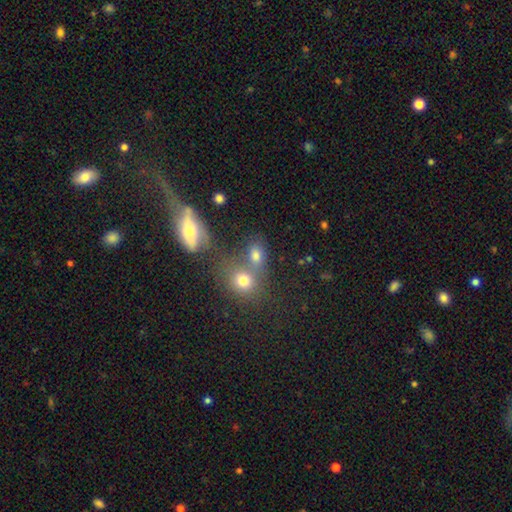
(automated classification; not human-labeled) Smooth or featured?
  - smooth: 71% *
  - star or artifact: 16%
  - featured or disk: 12%
How rounded?
  - in between: 49% *
  - round: 48%
  - cigar-shaped: 3%
Merging?
  - none: 47% *
  - merger: 36%
  - minor disturbance: 11%
  - major disturbance: 6%